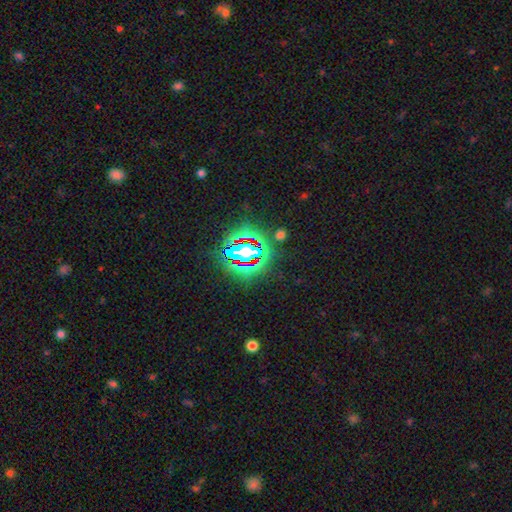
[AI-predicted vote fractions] Overall: star or artifact (81%).